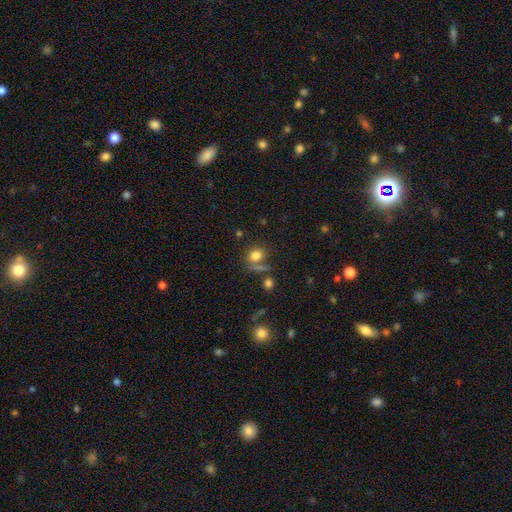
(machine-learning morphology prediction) Smooth or featured: smooth — 78% (star or artifact — 12%)
How rounded: in between — 50% (round — 49%)
Merging: none — 62% (merger — 17%)